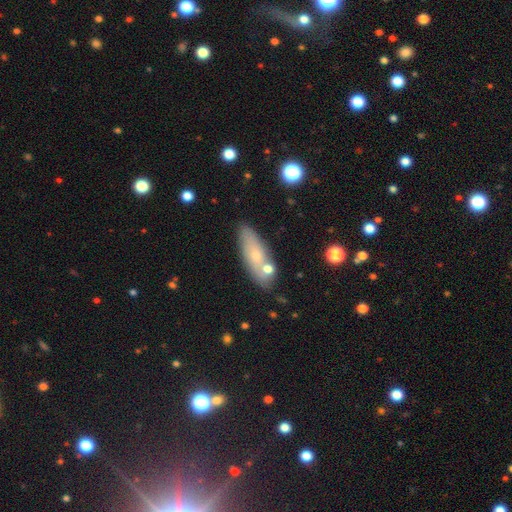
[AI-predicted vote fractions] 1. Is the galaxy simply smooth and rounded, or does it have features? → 64% smooth, 27% featured or disk, 9% star or artifact.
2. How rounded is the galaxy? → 58% in between, 39% cigar-shaped, 3% round.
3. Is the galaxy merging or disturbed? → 72% none, 14% minor disturbance, 10% merger, 3% major disturbance.